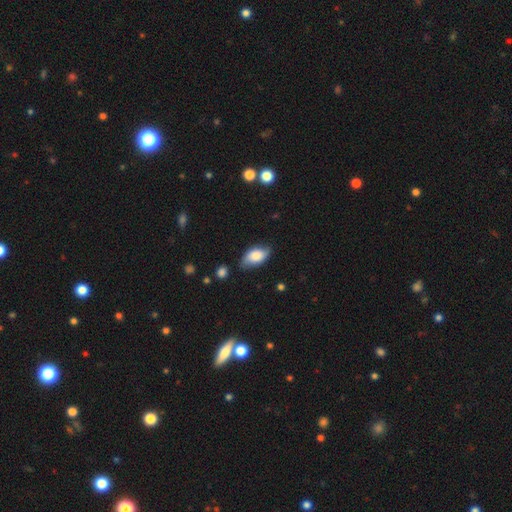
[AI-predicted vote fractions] smooth-or-featured: smooth: 72% | featured or disk: 20% | star or artifact: 7%
  how-rounded: in between: 92% | round: 4% | cigar-shaped: 3%
  merging: none: 70% | minor disturbance: 23% | major disturbance: 4% | merger: 3%